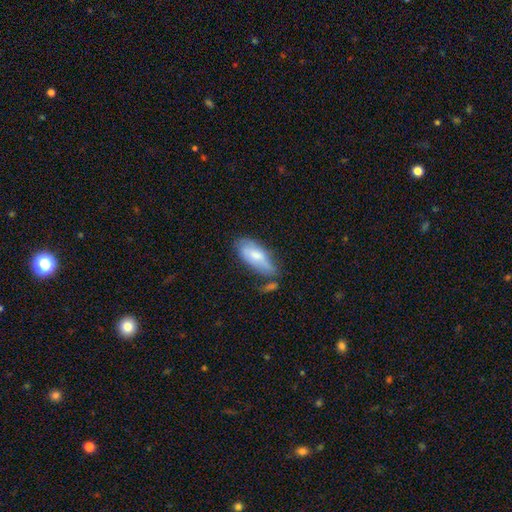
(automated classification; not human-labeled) Smooth or featured?
  - smooth: 70% *
  - featured or disk: 24%
  - star or artifact: 6%
How rounded?
  - in between: 82% *
  - cigar-shaped: 16%
  - round: 2%
Merging?
  - none: 45% *
  - minor disturbance: 31%
  - merger: 13%
  - major disturbance: 12%